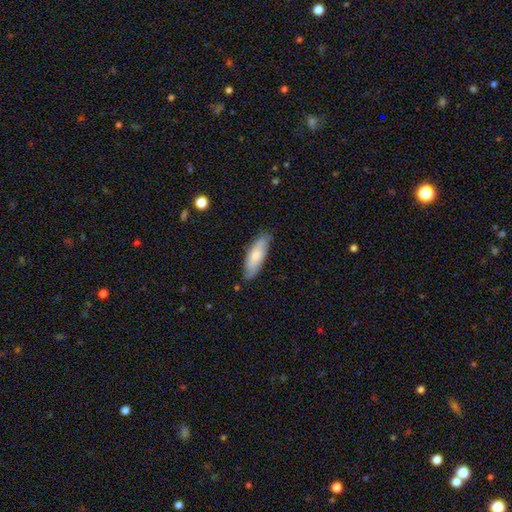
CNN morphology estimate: Smooth or featured? Predicted: smooth (p=0.73). How rounded? Predicted: in between (p=0.58). Merging? Predicted: none (p=0.79).